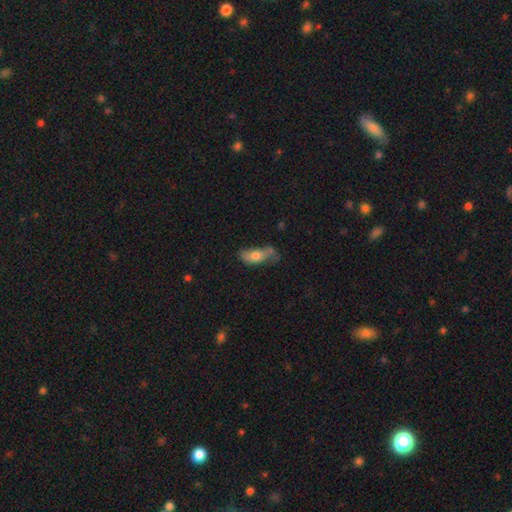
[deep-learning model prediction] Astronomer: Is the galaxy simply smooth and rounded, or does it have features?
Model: smooth — 63%.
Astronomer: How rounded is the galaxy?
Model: in between — 74%.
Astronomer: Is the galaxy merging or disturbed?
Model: none — 37% (runner-up: minor disturbance, 33%).